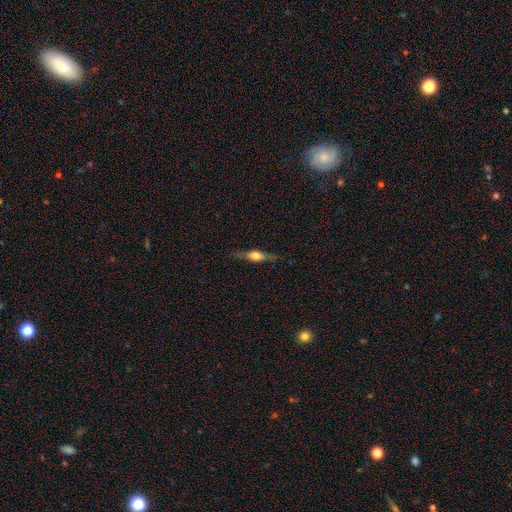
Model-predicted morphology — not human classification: A featured or disk galaxy (61%) viewed edge-on (93%) with a rounded central bulge (86%). Merging: none (81%).